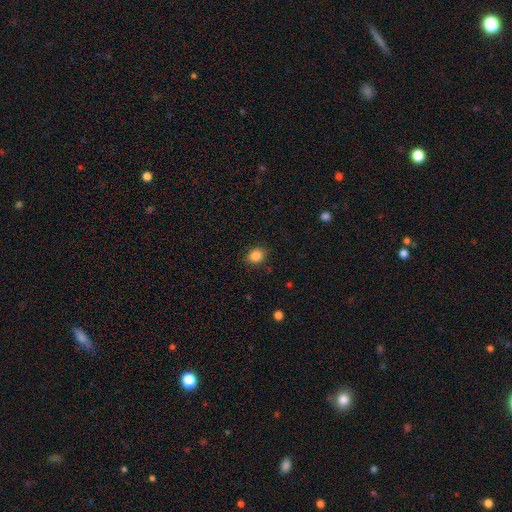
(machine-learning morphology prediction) Smooth or featured: smooth — 86% (star or artifact — 10%)
How rounded: round — 61% (in between — 39%)
Merging: none — 84% (minor disturbance — 11%)